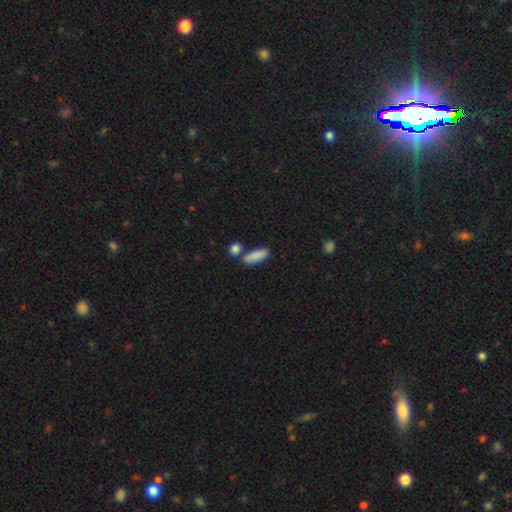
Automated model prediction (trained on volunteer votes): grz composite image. It shows a smooth galaxy with no disk features (86%) that is in between round and cigar-shaped (58%). Merging: none (69%).